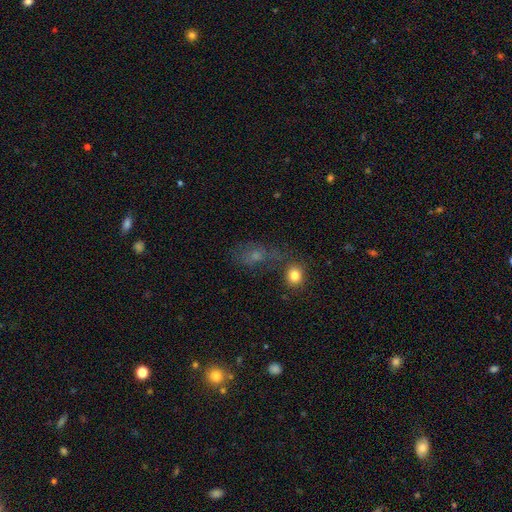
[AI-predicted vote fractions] Q: Smooth or featured?
A: smooth (48%); runner-up: featured or disk (27%)
Q: Merging?
A: none (48%); runner-up: minor disturbance (19%)